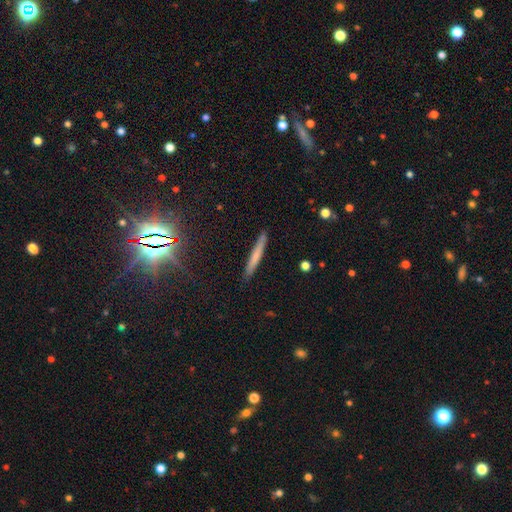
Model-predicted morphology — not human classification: smooth 62%, featured or disk 29%, star or artifact 10%. Down the decision tree: how rounded — cigar-shaped (96%); merging — none (89%).